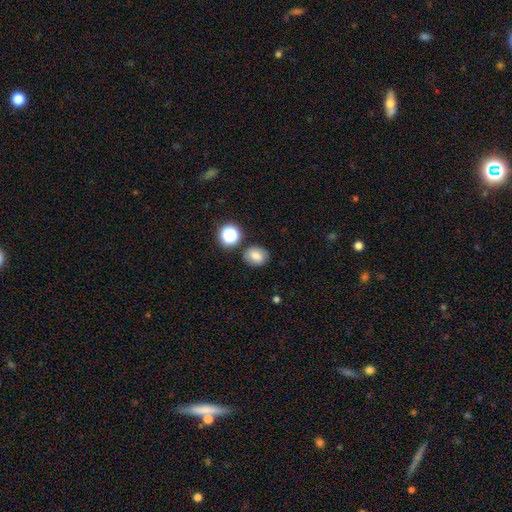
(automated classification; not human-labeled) smooth 79%, star or artifact 12%, featured or disk 9%. Down the decision tree: how rounded — round (54%); merging — none (82%).